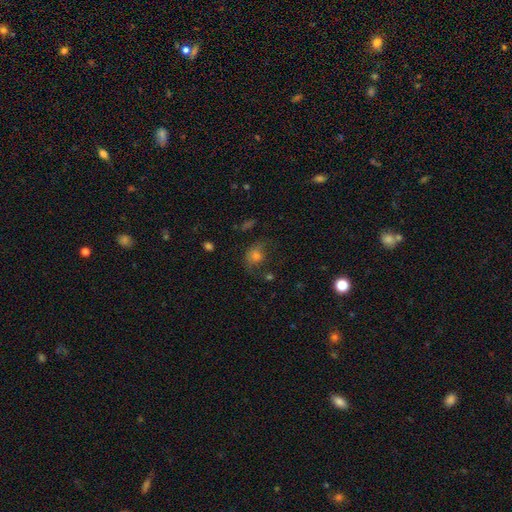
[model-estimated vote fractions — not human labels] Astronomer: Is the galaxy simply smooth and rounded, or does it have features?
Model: smooth — 64%.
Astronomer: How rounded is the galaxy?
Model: round — 59% (runner-up: in between, 39%).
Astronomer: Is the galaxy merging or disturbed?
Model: none — 51%.